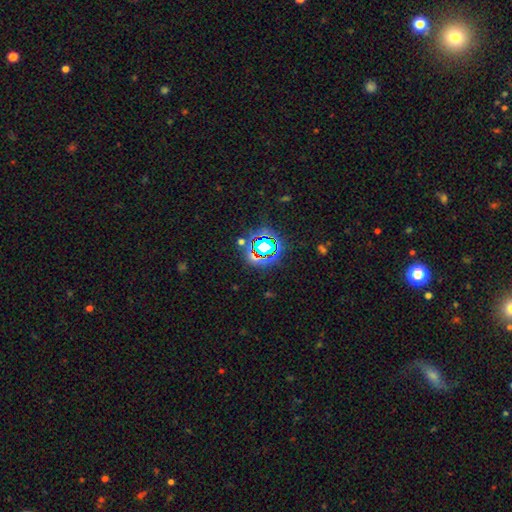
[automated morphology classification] smooth_or_featured: star or artifact (p=0.69) [alt: smooth p=0.20]